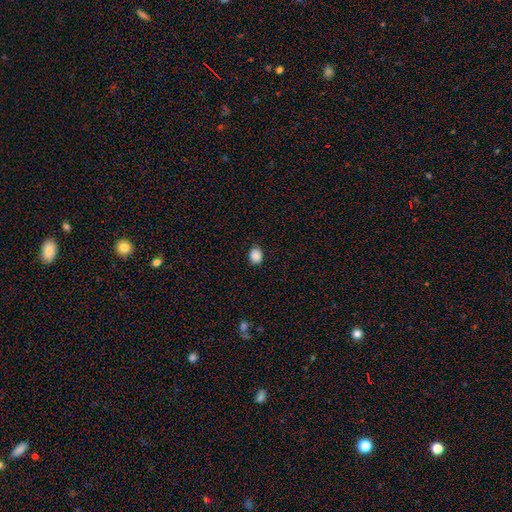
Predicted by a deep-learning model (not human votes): Smooth or featured? Predicted: smooth (p=0.88). How rounded? Predicted: round (p=0.55). Merging? Predicted: none (p=0.83).